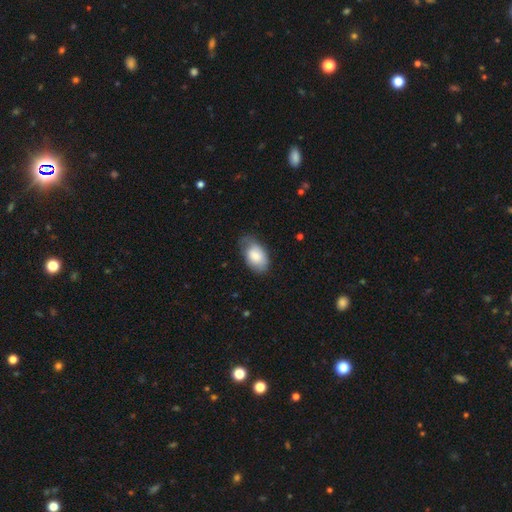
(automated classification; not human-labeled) A smooth galaxy with no disk features (79%) that is in between round and cigar-shaped (92%).

Vote fractions:
- Smooth or featured? smooth: 79% / featured or disk: 15% / star or artifact: 6%
- How rounded? in between: 92% / round: 7% / cigar-shaped: 1%
- Merging? none: 55% / minor disturbance: 33% / major disturbance: 10% / merger: 1%